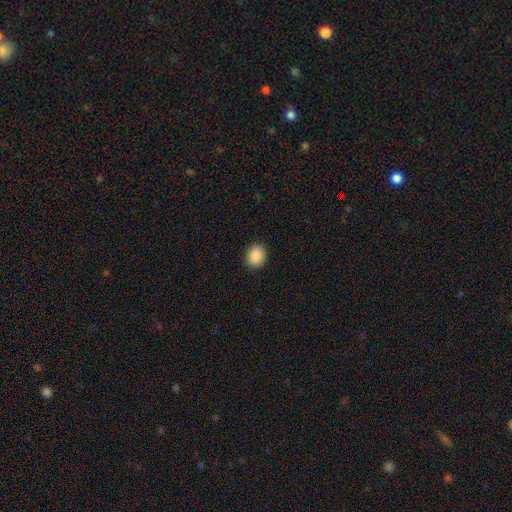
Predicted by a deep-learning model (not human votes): The model was most divided on "how rounded": round: 61%, in between: 38%, cigar-shaped: 1%. More confident: merging — none (90%); smooth or featured — smooth (89%).